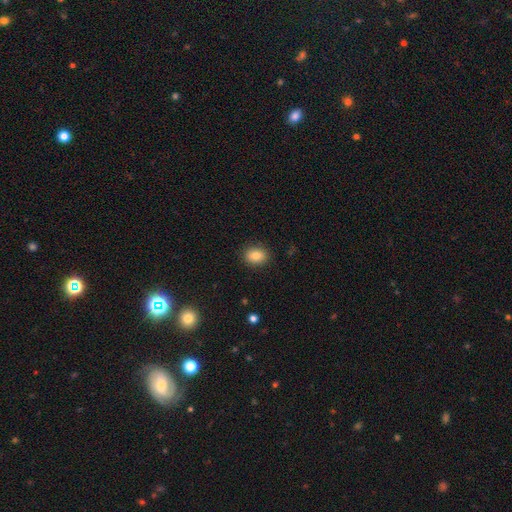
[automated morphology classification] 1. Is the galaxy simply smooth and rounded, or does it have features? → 83% smooth, 9% star or artifact, 7% featured or disk.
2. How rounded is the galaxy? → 56% in between, 43% round, 1% cigar-shaped.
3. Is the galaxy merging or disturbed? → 89% none, 8% minor disturbance, 2% major disturbance, 1% merger.